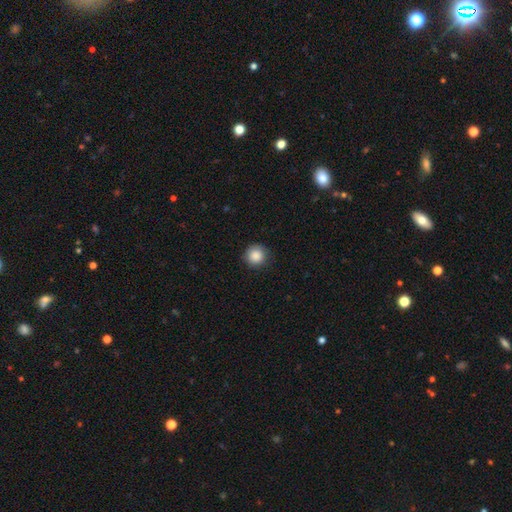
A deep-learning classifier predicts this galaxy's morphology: Q: Smooth or featured?
A: smooth (87%); runner-up: star or artifact (9%)
Q: How rounded?
A: round (95%); runner-up: in between (4%)
Q: Merging?
A: none (87%); runner-up: minor disturbance (9%)